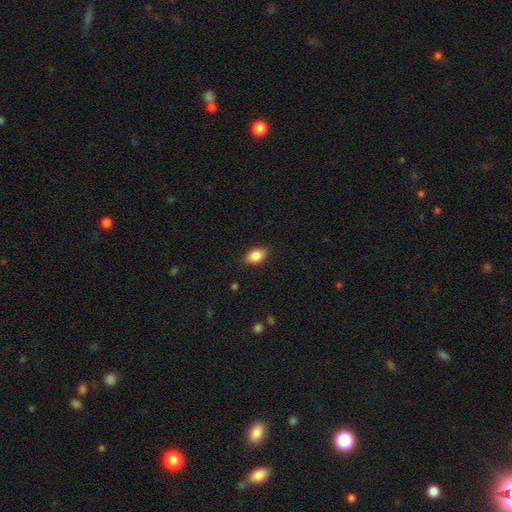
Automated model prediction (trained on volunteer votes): Smooth or featured: smooth — 86% (star or artifact — 8%)
How rounded: in between — 88% (round — 10%)
Merging: none — 86% (minor disturbance — 10%)